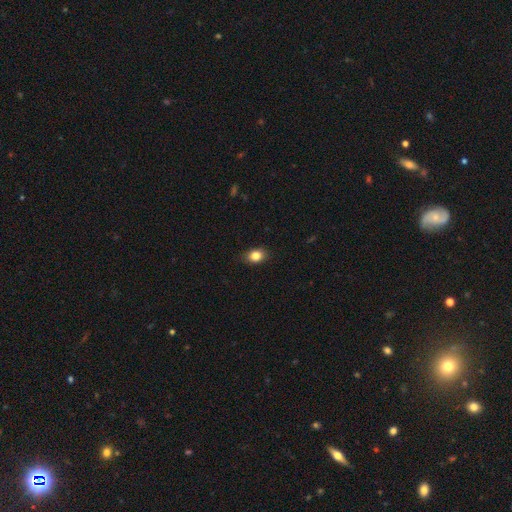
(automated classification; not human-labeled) Smooth or featured?
  - smooth: 84% *
  - star or artifact: 9%
  - featured or disk: 7%
How rounded?
  - in between: 68% *
  - round: 31%
  - cigar-shaped: 2%
Merging?
  - none: 83% *
  - minor disturbance: 14%
  - major disturbance: 3%
  - merger: 1%